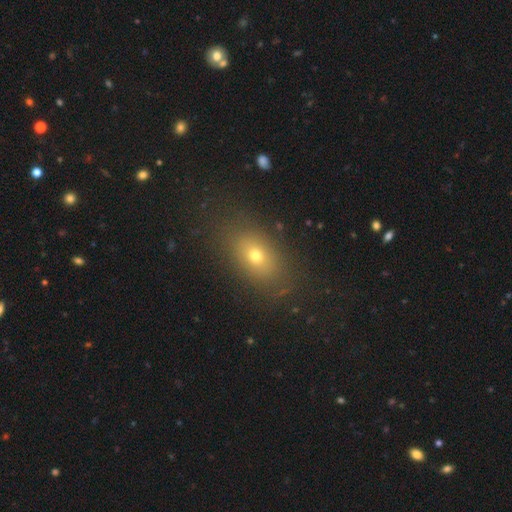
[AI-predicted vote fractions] smooth 69%, featured or disk 17%, star or artifact 15%. Down the decision tree: how rounded — in between (78%); merging — none (81%).